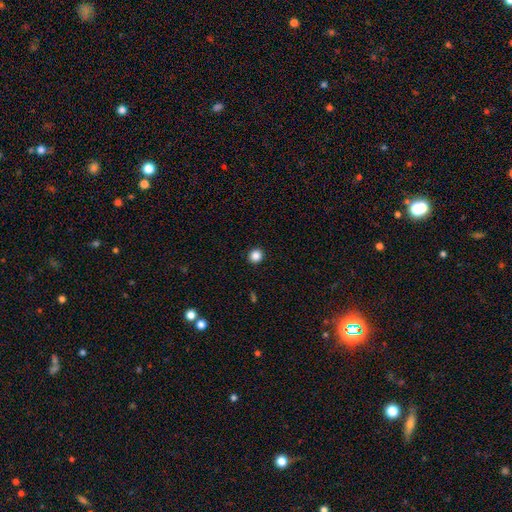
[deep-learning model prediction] Smooth or featured? Predicted: smooth (p=0.86). How rounded? Predicted: round (p=0.91). Merging? Predicted: none (p=0.93).